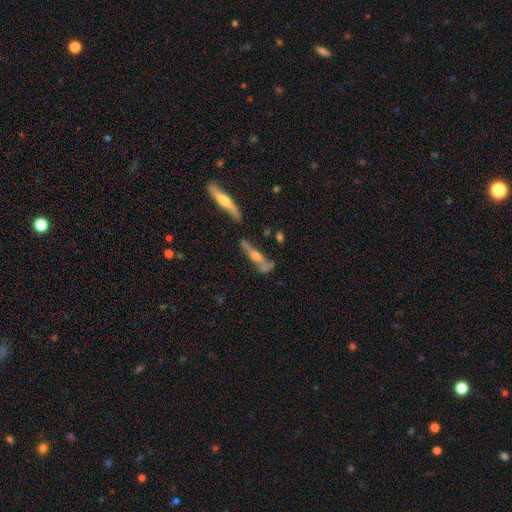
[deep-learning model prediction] Smooth or featured?
  - featured or disk: 61% *
  - smooth: 29%
  - star or artifact: 9%
Edge-on disk?
  - yes: 70% *
  - no: 30%
Merging?
  - none: 44% *
  - merger: 21%
  - minor disturbance: 19%
  - major disturbance: 16%